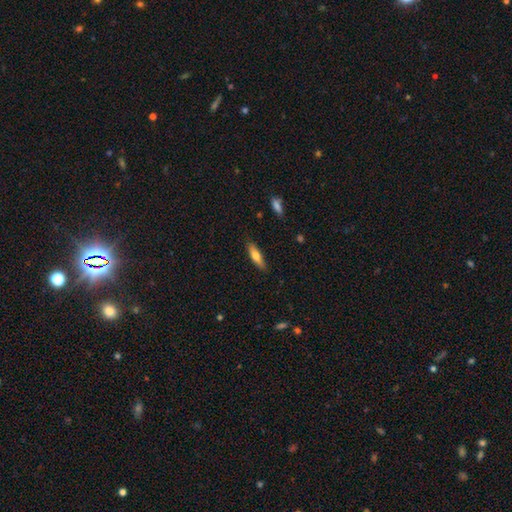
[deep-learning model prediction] Q: Smooth or featured?
A: smooth (66%); runner-up: featured or disk (28%)
Q: How rounded?
A: cigar-shaped (62%); runner-up: in between (36%)
Q: Merging?
A: none (85%); runner-up: minor disturbance (11%)